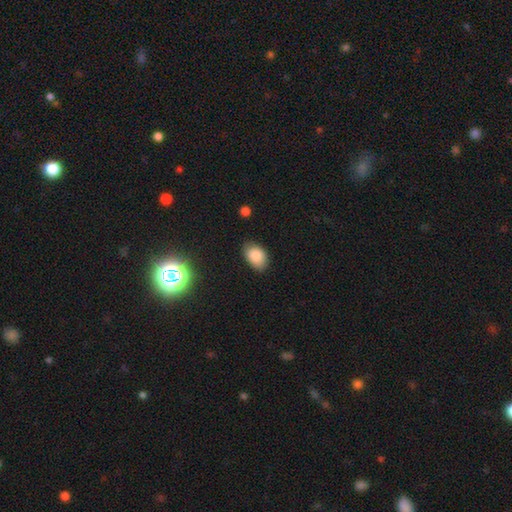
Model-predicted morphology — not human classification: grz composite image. It shows a smooth galaxy with no disk features (86%) that is in between round and cigar-shaped (88%). Merging: none (77%).